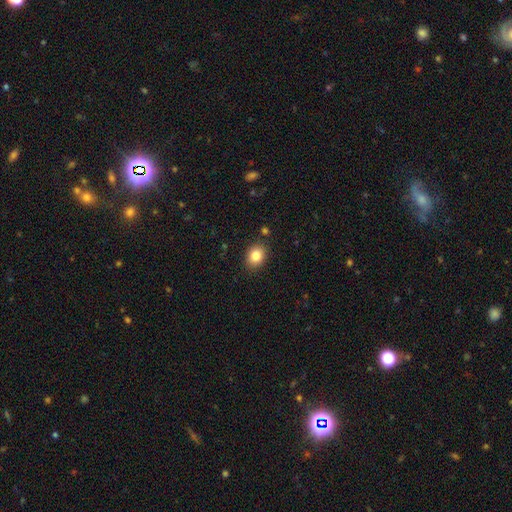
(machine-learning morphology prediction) Q: Smooth or featured?
A: smooth (83%); runner-up: star or artifact (10%)
Q: How rounded?
A: in between (52%); runner-up: round (47%)
Q: Merging?
A: none (87%); runner-up: minor disturbance (9%)